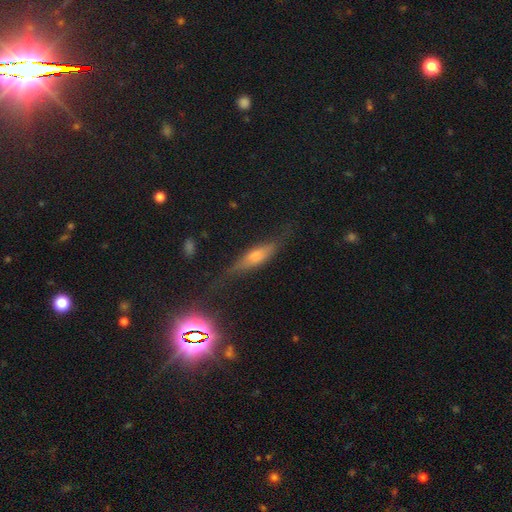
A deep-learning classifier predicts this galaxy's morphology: smooth-or-featured: featured or disk: 51% | smooth: 35% | star or artifact: 14%
  disk-edge-on: yes: 84% | no: 16%
  merging: none: 70% | minor disturbance: 20% | major disturbance: 8% | merger: 2%